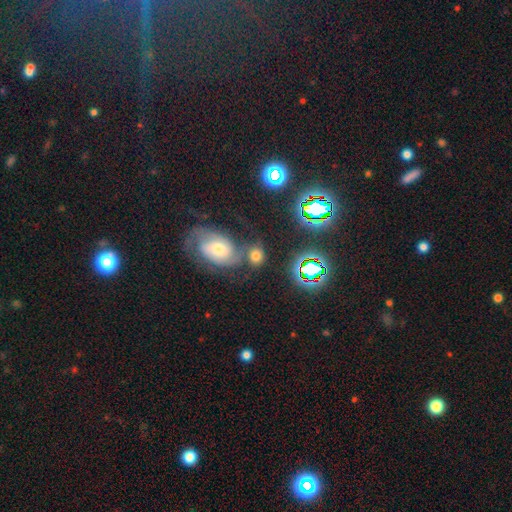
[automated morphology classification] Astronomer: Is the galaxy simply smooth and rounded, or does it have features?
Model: smooth — 60%.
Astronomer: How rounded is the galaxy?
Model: round — 55% (runner-up: in between, 43%).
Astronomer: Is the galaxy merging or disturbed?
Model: none — 49% (runner-up: merger, 30%).